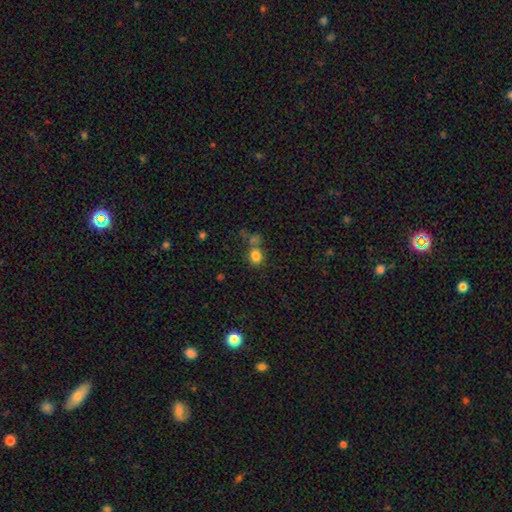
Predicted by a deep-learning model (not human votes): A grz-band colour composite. It shows a smooth galaxy with no disk features (81%) that is round (63%). Merging: none (58%).